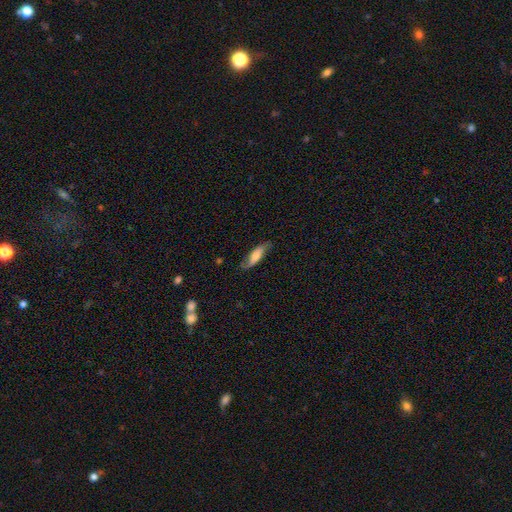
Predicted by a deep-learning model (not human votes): This is possibly a smooth galaxy (53%). How rounded: possibly cigar-shaped (50%). Merging: likely none (72%).